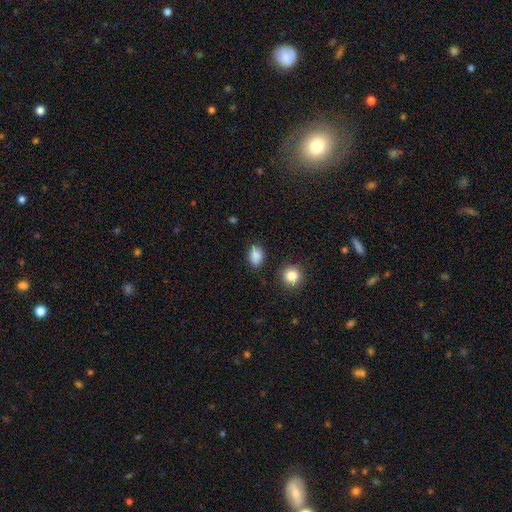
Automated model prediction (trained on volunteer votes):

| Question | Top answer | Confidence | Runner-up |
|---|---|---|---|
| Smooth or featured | smooth | 86% | star or artifact (9%) |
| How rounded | in between | 69% | round (29%) |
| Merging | none | 81% | minor disturbance (14%) |